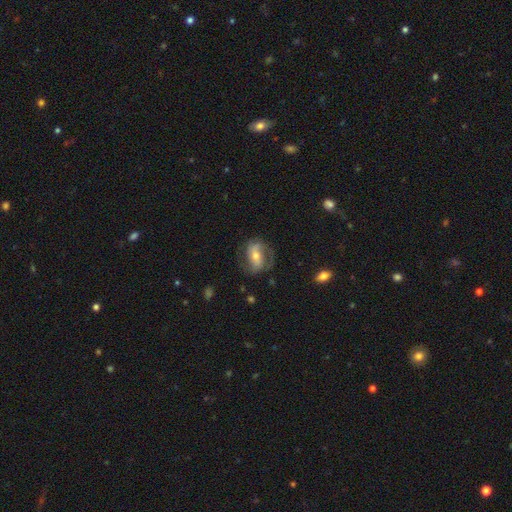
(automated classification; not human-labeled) Q: Smooth or featured?
A: featured or disk (70%); runner-up: smooth (22%)
Q: Edge-on disk?
A: no (94%); runner-up: yes (6%)
Q: Bar?
A: strong (39%); runner-up: weak (33%)
Q: Spiral arms?
A: yes (85%); runner-up: no (15%)
Q: Spiral winding?
A: medium (45%); runner-up: loose (28%)
Q: Spiral arm count?
A: 2 (78%); runner-up: can't tell (10%)
Q: Bulge size?
A: moderate (54%); runner-up: small (40%)
Q: Merging?
A: none (67%); runner-up: minor disturbance (18%)